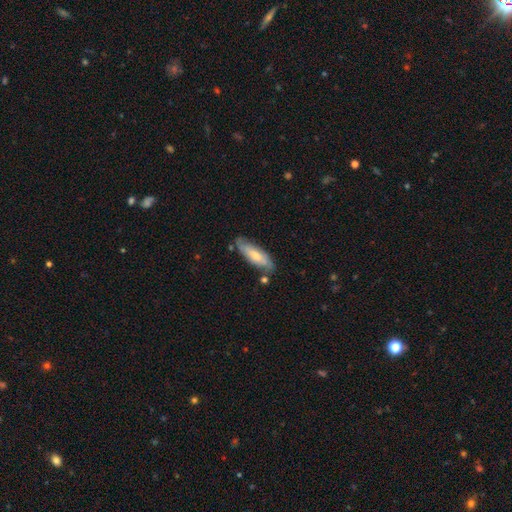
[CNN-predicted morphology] A smooth galaxy with no disk features (62%) that is in between round and cigar-shaped (52%). Merging: none (71%).